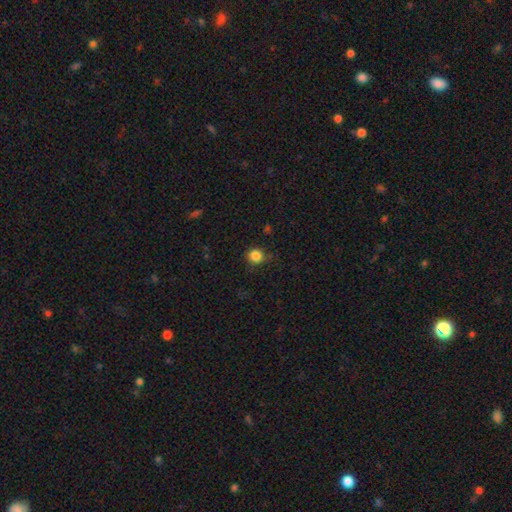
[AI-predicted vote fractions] A smooth galaxy with no disk features (85%) that is round (88%). Merging: none (85%).